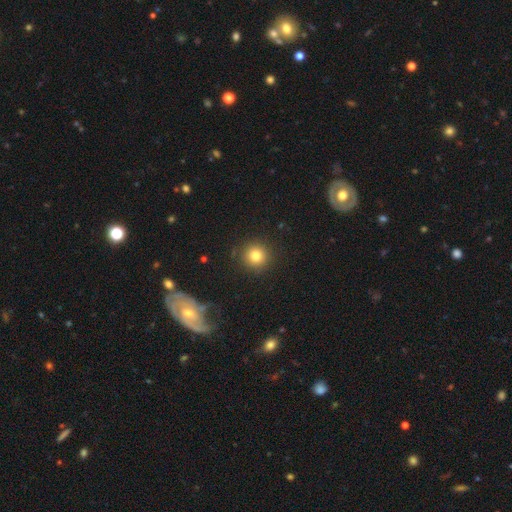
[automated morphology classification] A smooth galaxy with no disk features (81%) that is round (93%). Merging: none (89%).